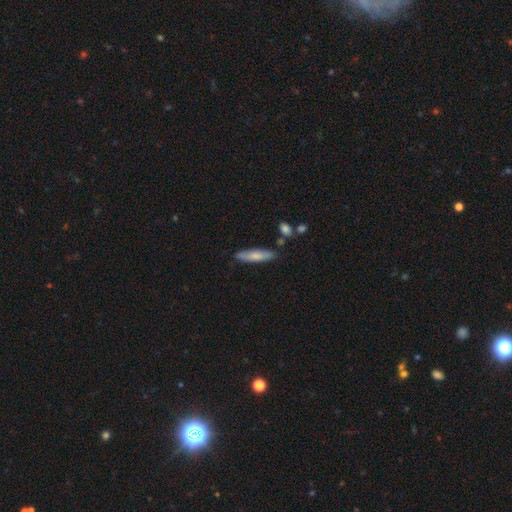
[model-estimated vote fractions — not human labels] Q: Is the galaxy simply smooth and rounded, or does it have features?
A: smooth — 72%.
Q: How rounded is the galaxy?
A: cigar-shaped — 75%.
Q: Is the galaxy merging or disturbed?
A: none — 79%.